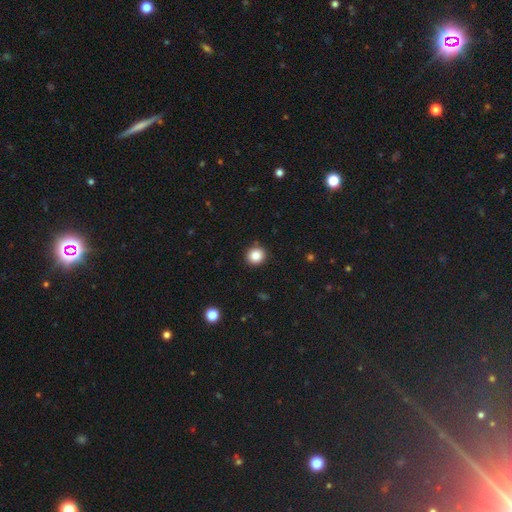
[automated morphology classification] smooth_or_featured: smooth (p=0.85) [alt: star or artifact p=0.11]
how_rounded: round (p=0.91) [alt: in between p=0.09]
merging: none (p=0.91) [alt: minor disturbance p=0.06]